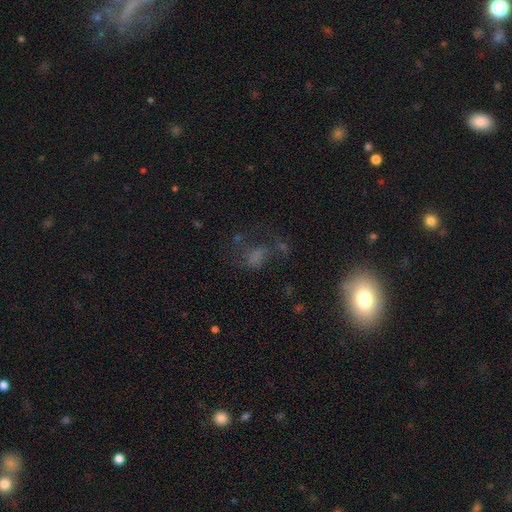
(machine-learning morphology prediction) This is marginally a smooth galaxy (42%). Merging: marginally none (39%).